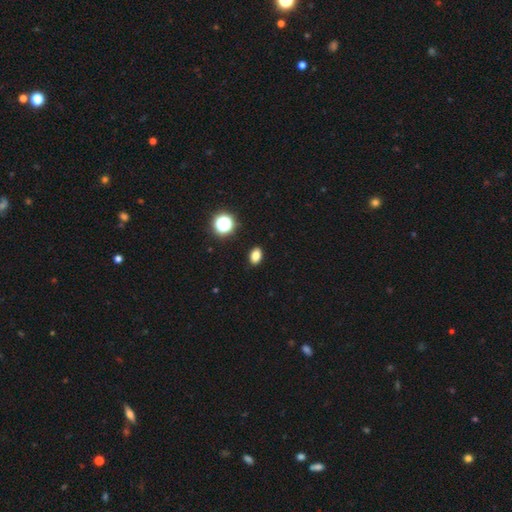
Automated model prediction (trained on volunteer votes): smooth_or_featured: smooth (p=0.81) [alt: star or artifact p=0.13]
how_rounded: in between (p=0.83) [alt: round p=0.16]
merging: none (p=0.90) [alt: minor disturbance p=0.07]